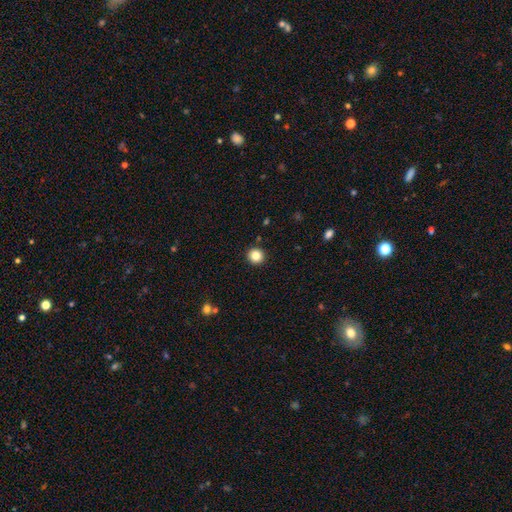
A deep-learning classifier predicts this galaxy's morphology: Smooth or featured? Predicted: smooth (p=0.84). How rounded? Predicted: round (p=0.93). Merging? Predicted: none (p=0.93).